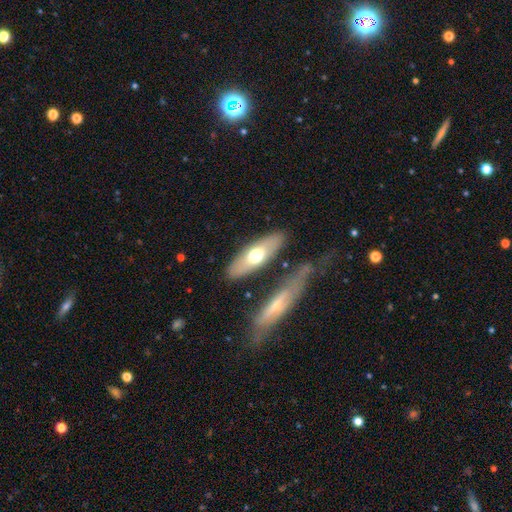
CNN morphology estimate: A smooth galaxy with no disk features (56%) that is in between round and cigar-shaped (60%). Merging: none (77%).